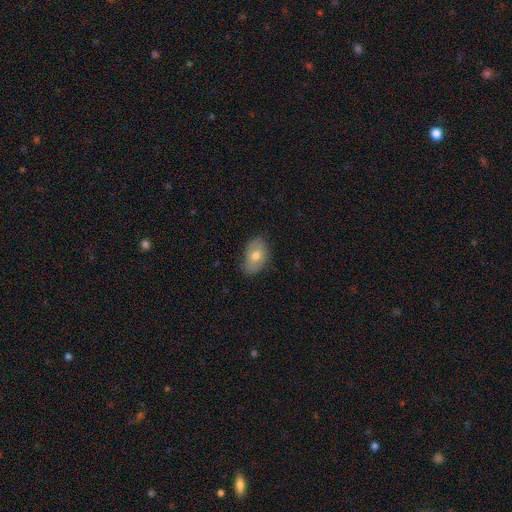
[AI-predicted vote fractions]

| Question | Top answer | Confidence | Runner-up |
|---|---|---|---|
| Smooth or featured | smooth | 64% | featured or disk (28%) |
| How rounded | in between | 84% | round (15%) |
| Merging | none | 77% | minor disturbance (18%) |